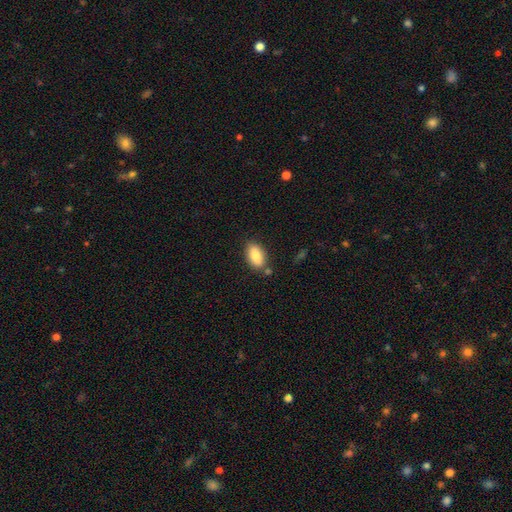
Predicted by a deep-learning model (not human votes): Morphology: type=smooth (84%); roundness=in between (92%); merging=none (77%).